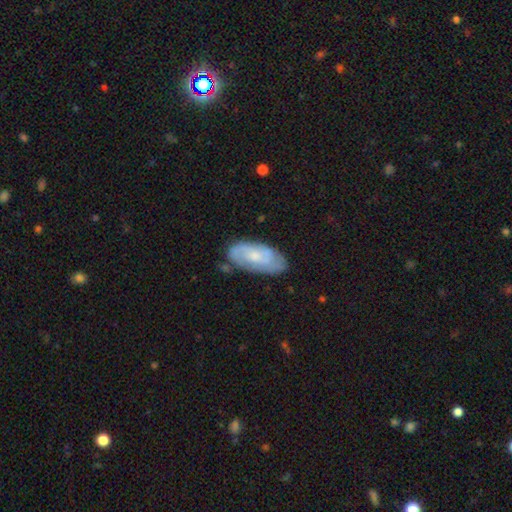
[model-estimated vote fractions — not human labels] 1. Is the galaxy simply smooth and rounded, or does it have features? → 59% featured or disk, 35% smooth, 6% star or artifact.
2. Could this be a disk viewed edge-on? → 93% no, 7% yes.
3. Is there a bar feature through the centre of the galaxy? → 69% no, 27% weak, 4% strong.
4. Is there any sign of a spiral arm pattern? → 82% yes, 18% no.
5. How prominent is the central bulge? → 56% small, 35% moderate, 6% none, 2% large, 1% dominant.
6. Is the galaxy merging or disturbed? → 69% none, 23% minor disturbance, 6% major disturbance, 3% merger.